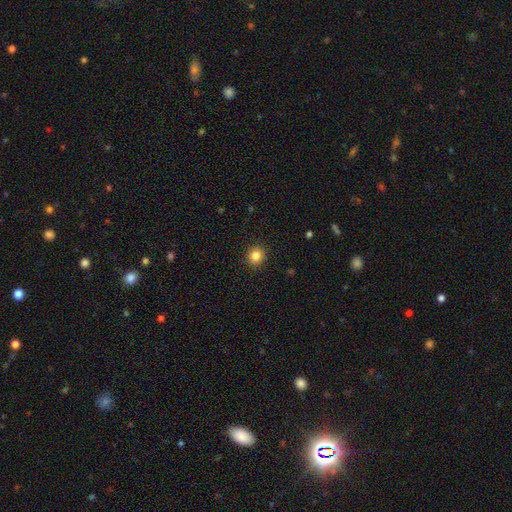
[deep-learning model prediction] smooth-or-featured: smooth: 84% | star or artifact: 11% | featured or disk: 5%
  how-rounded: round: 88% | in between: 11% | cigar-shaped: 1%
  merging: none: 91% | minor disturbance: 6% | major disturbance: 2% | merger: 1%